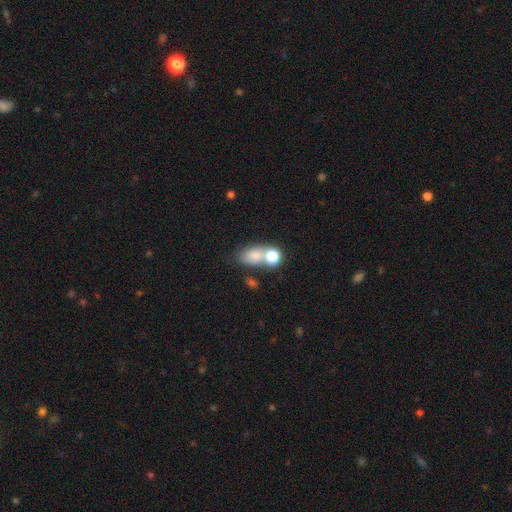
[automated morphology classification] Q: Smooth or featured?
A: smooth (76%); runner-up: star or artifact (12%)
Q: How rounded?
A: in between (77%); runner-up: round (20%)
Q: Merging?
A: none (41%); runner-up: merger (38%)